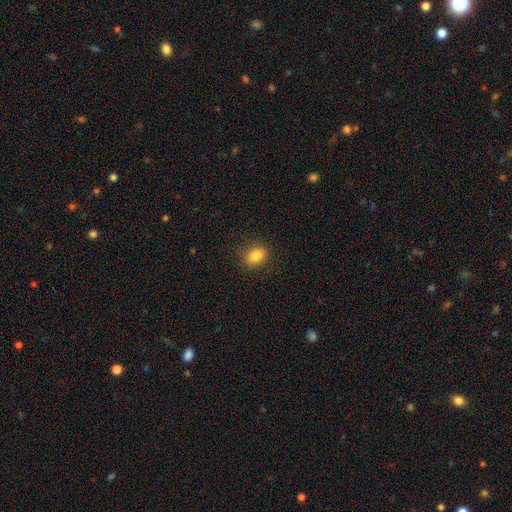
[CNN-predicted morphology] smooth-or-featured: smooth: 84% | star or artifact: 10% | featured or disk: 6%
  how-rounded: in between: 67% | round: 32% | cigar-shaped: 1%
  merging: none: 86% | minor disturbance: 10% | major disturbance: 3% | merger: 1%